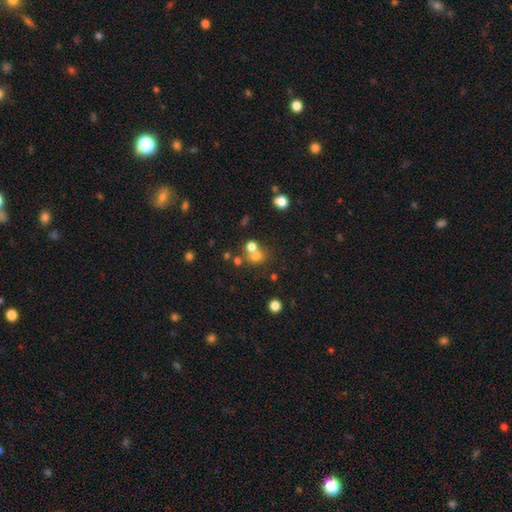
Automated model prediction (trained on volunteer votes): This appears to be a smooth galaxy with no disk features (66%) that is round (76%). Merging: merger (44%).